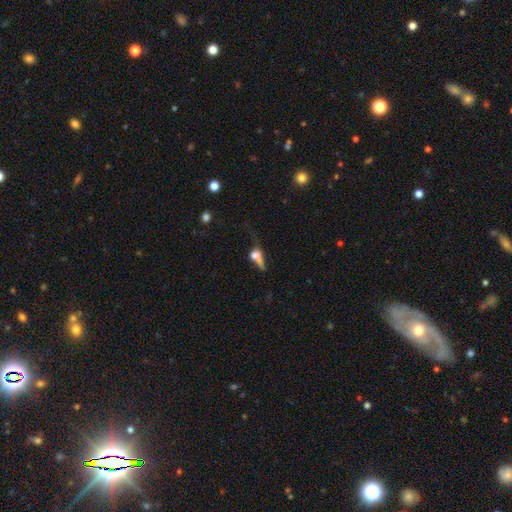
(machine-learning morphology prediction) A smooth galaxy with no disk features (53%) that is in between round and cigar-shaped (41%).

Vote fractions:
- Smooth or featured? smooth: 53% / featured or disk: 32% / star or artifact: 15%
- How rounded? in between: 41% / round: 36% / cigar-shaped: 23%
- Merging? merger: 30% / major disturbance: 28% / none: 27% / minor disturbance: 15%